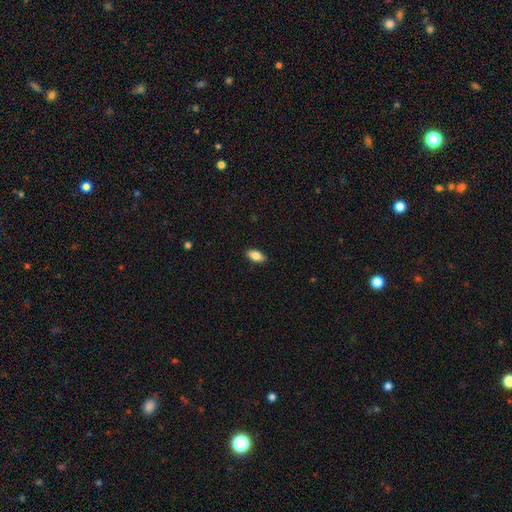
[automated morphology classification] Q: Smooth or featured?
A: smooth (82%); runner-up: featured or disk (11%)
Q: How rounded?
A: in between (89%); runner-up: cigar-shaped (8%)
Q: Merging?
A: none (89%); runner-up: minor disturbance (8%)